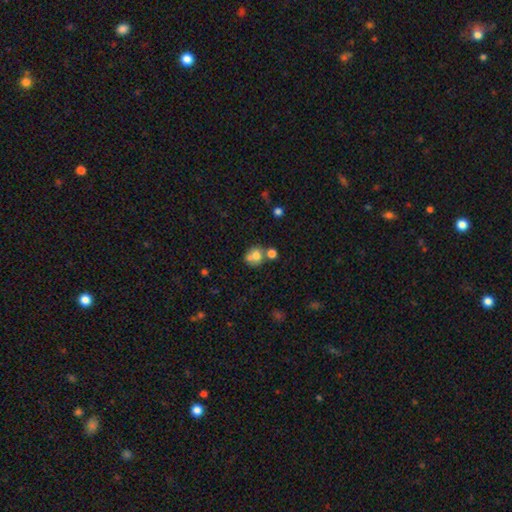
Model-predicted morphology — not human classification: smooth 68%, featured or disk 20%, star or artifact 12%. Down the decision tree: how rounded — round (71%); merging — merger (47%).